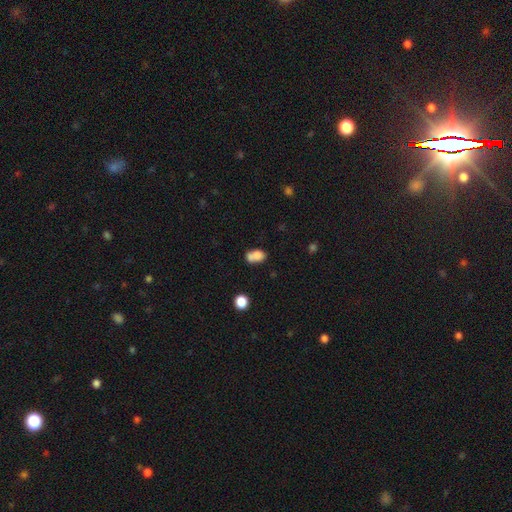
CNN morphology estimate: type=smooth (78%); roundness=in between (76%); merging=merger (44%).